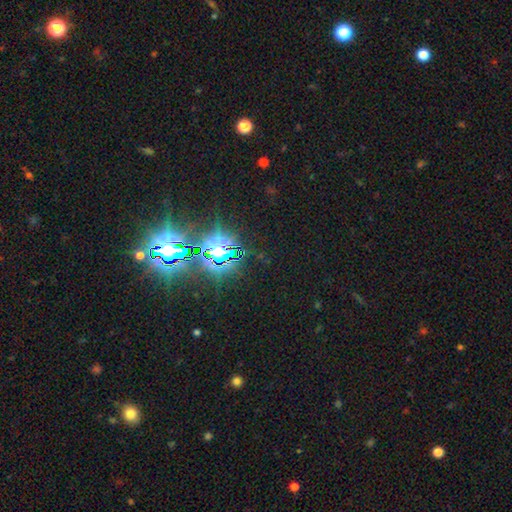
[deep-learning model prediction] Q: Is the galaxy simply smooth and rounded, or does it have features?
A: star or artifact — 83%.